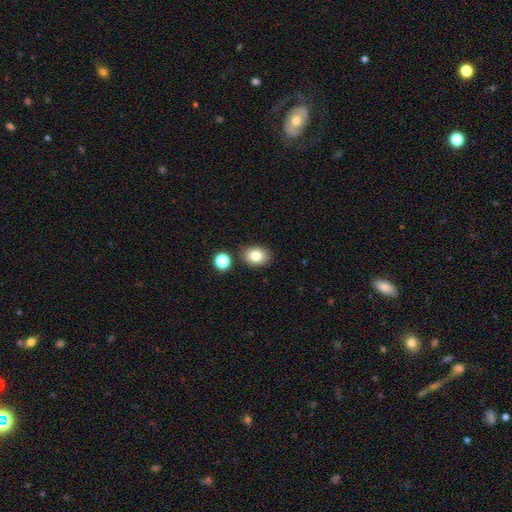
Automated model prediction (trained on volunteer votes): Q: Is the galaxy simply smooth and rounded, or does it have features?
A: smooth — 82%.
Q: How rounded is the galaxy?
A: in between — 64%.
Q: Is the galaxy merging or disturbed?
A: none — 82%.